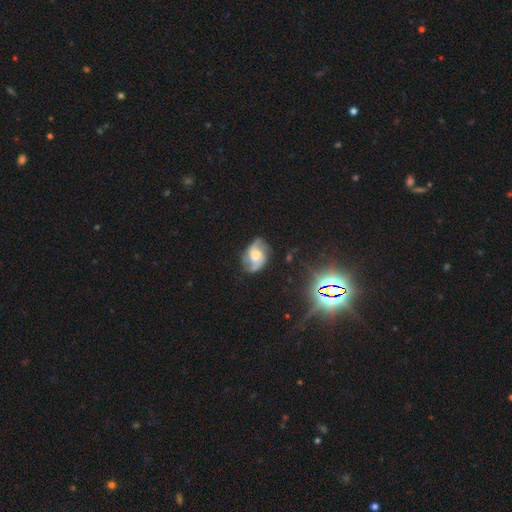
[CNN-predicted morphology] This is likely a featured or disk galaxy (70%). It is clearly not viewed edge-on (97%). Bar: possibly no (58%). Spiral arm pattern: clearly yes (91%). Spiral arm count: likely 2 (68%). Spiral winding: possibly medium (46%). Central bulge: possibly moderate (48%). Merging: likely none (64%).